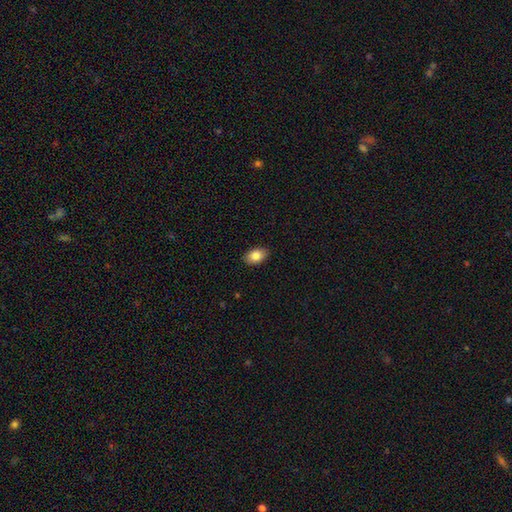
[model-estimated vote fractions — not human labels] The model was most divided on "how rounded": in between: 88%, round: 11%, cigar-shaped: 1%. More confident: merging — none (89%); smooth or featured — smooth (85%).